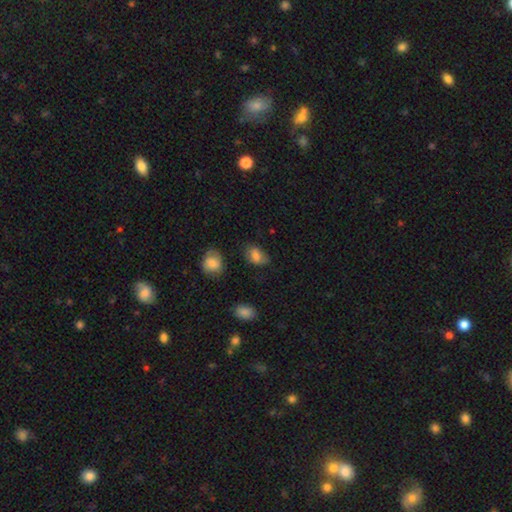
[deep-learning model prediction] smooth-or-featured: smooth: 81% | star or artifact: 10% | featured or disk: 9%
  how-rounded: in between: 86% | round: 13% | cigar-shaped: 2%
  merging: none: 63% | minor disturbance: 26% | major disturbance: 7% | merger: 4%